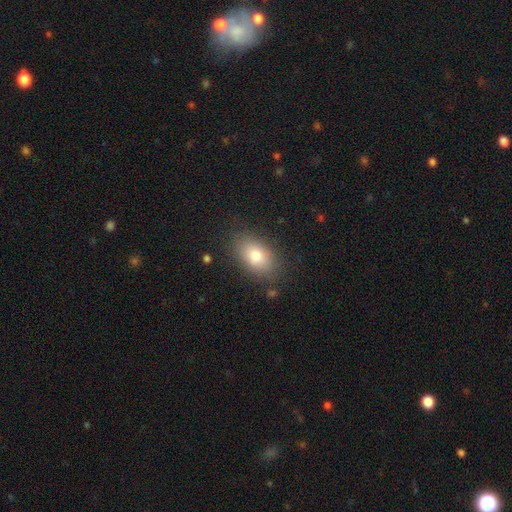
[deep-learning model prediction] Smooth or featured? smooth (80%)
How rounded? in between (88%)
Merging? none (84%)